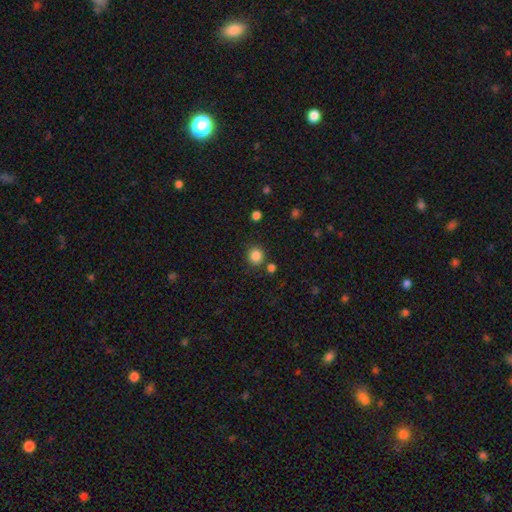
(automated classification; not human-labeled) Overall: smooth (85%). How rounded: round (88%). Merging: none (82%).